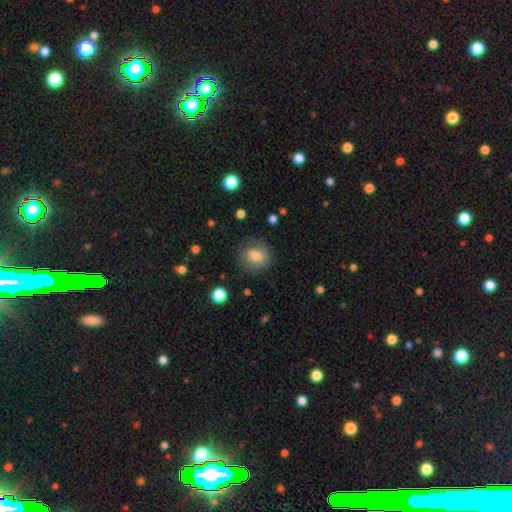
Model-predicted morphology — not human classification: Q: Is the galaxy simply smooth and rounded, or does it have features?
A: smooth — 73%.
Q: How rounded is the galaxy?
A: round — 74%.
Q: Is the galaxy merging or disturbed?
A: none — 76%.